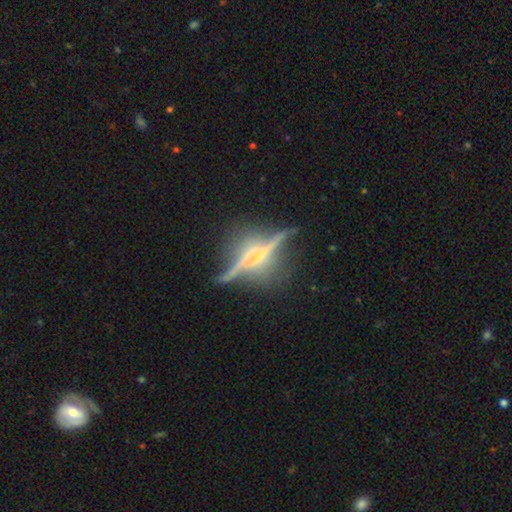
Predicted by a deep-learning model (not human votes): Morphology: type=featured or disk (85%); edge-on=yes (90%); edge-on bulge=rounded (81%); merging=none (72%).